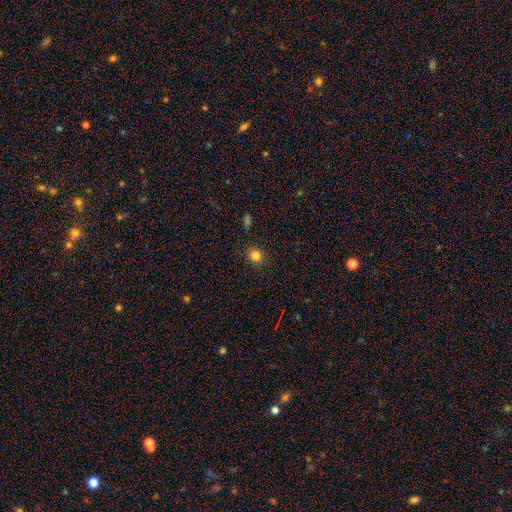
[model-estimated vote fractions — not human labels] A smooth galaxy with no disk features (80%) that is round (75%).

Vote fractions:
- Smooth or featured? smooth: 80% / star or artifact: 14% / featured or disk: 6%
- How rounded? round: 75% / in between: 24% / cigar-shaped: 1%
- Merging? none: 90% / minor disturbance: 7% / major disturbance: 2% / merger: 1%